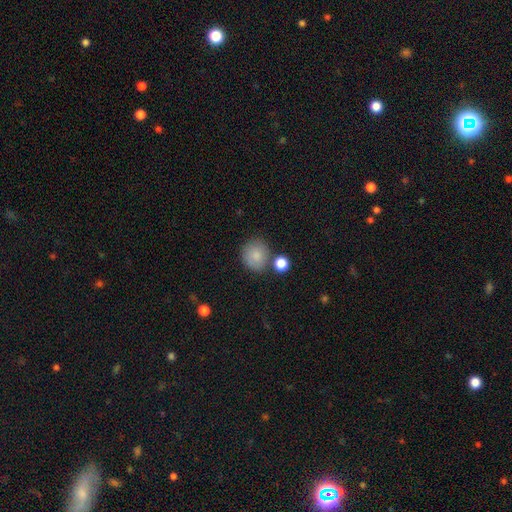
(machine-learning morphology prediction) smooth-or-featured: smooth: 84% | star or artifact: 8% | featured or disk: 7%
  how-rounded: round: 82% | in between: 17% | cigar-shaped: 1%
  merging: none: 71% | minor disturbance: 14% | merger: 11% | major disturbance: 4%